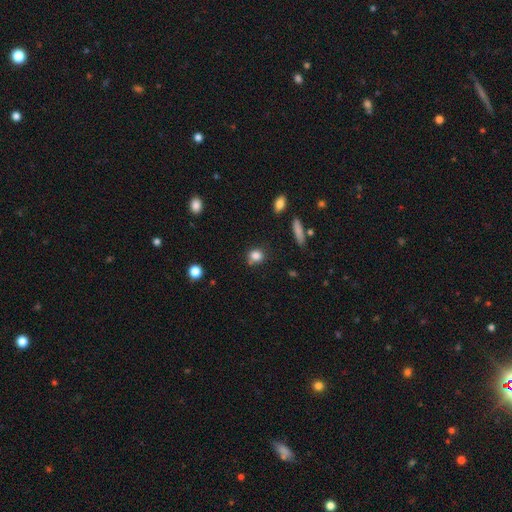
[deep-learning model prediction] smooth-or-featured: smooth: 83% | star or artifact: 11% | featured or disk: 6%
  how-rounded: round: 70% | in between: 28% | cigar-shaped: 2%
  merging: none: 69% | minor disturbance: 17% | merger: 10% | major disturbance: 5%